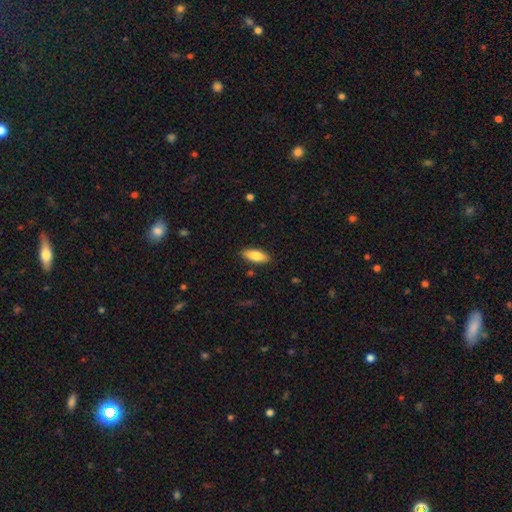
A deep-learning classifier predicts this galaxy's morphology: The model was most divided on "how rounded": in between: 80%, cigar-shaped: 18%, round: 2%. More confident: merging — none (87%); smooth or featured — smooth (82%).